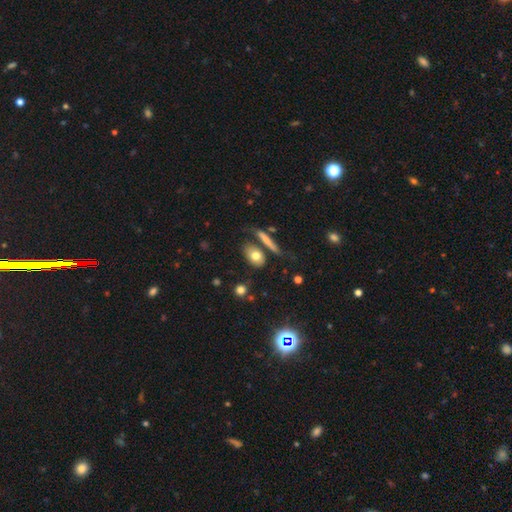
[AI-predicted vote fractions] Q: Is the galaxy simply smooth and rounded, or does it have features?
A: smooth — 75%.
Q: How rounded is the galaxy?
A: in between — 76%.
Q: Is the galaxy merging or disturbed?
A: none — 65%.